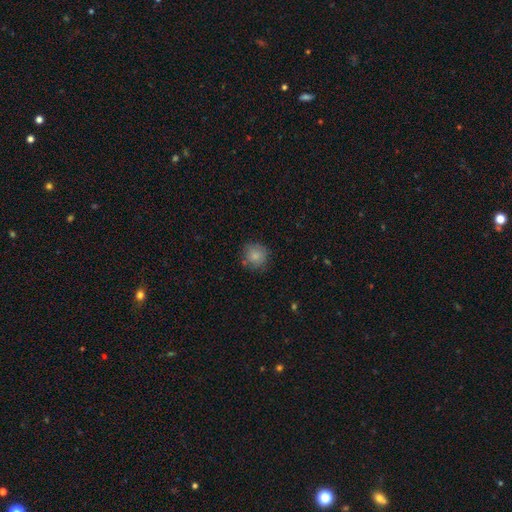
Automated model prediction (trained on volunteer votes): Q: Smooth or featured?
A: smooth (81%); runner-up: featured or disk (10%)
Q: How rounded?
A: round (88%); runner-up: in between (11%)
Q: Merging?
A: none (76%); runner-up: minor disturbance (16%)